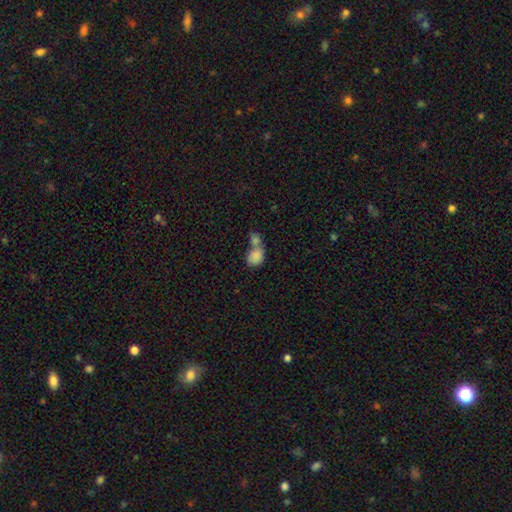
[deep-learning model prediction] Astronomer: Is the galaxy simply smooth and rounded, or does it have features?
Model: smooth — 84%.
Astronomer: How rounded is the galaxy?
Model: in between — 65%.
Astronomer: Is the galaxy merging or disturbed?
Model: merger — 65%.